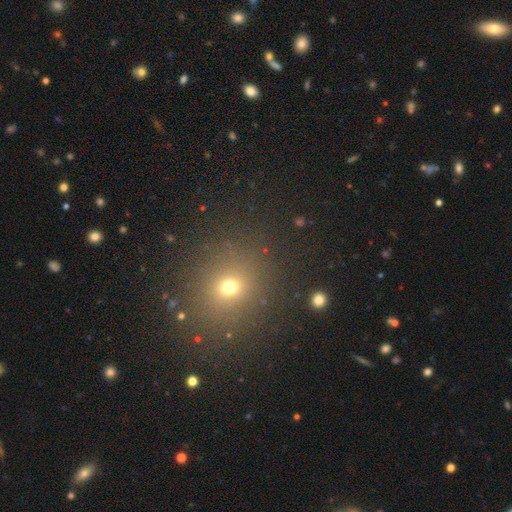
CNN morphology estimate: A smooth galaxy with no disk features (55%) that is round (84%).

Vote fractions:
- Smooth or featured? smooth: 55% / star or artifact: 37% / featured or disk: 8%
- How rounded? round: 84% / in between: 15% / cigar-shaped: 1%
- Merging? none: 89% / minor disturbance: 6% / major disturbance: 3% / merger: 2%